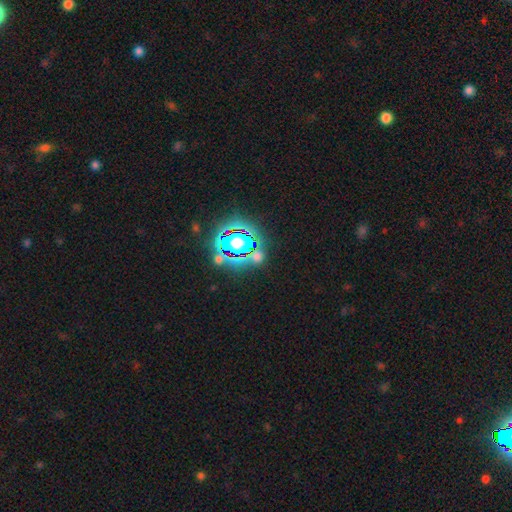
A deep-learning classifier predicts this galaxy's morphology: Q: Smooth or featured?
A: star or artifact (59%); runner-up: smooth (28%)